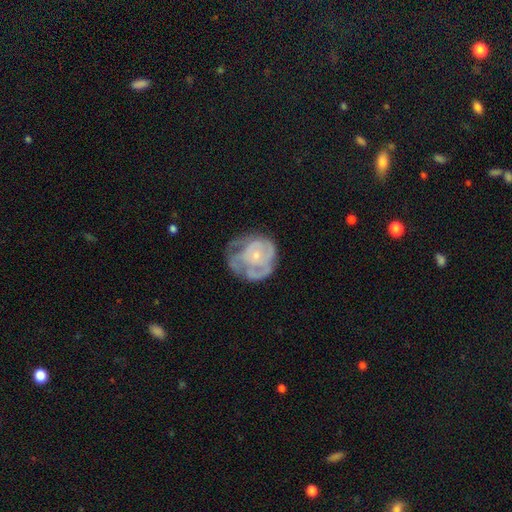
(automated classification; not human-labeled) Morphology: type=featured or disk (66%); edge-on=no (98%); bar=no (83%); spiral arms=yes (56%); bulge=small (70%); merging=none (36%).